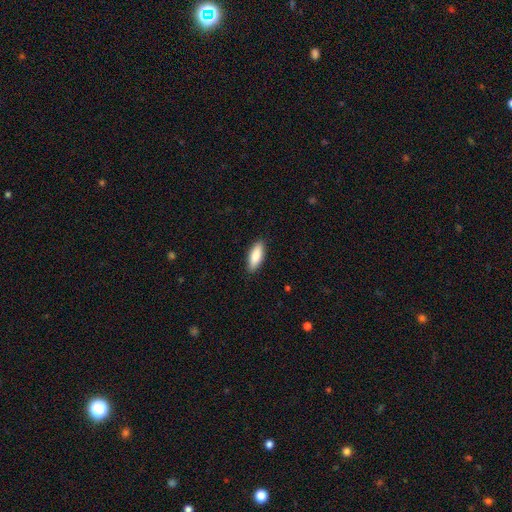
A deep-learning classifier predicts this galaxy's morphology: A smooth galaxy with no disk features (86%) that is in between round and cigar-shaped (73%).

Vote fractions:
- Smooth or featured? smooth: 86% / featured or disk: 9% / star or artifact: 6%
- How rounded? in between: 73% / cigar-shaped: 26% / round: 2%
- Merging? none: 89% / minor disturbance: 9% / major disturbance: 2% / merger: 1%